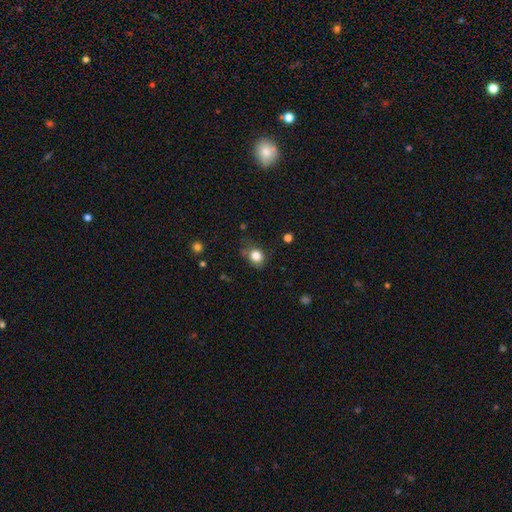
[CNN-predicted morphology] The model was most divided on "how rounded": round: 65%, in between: 34%, cigar-shaped: 1%. More confident: smooth or featured — smooth (82%); merging — none (62%).